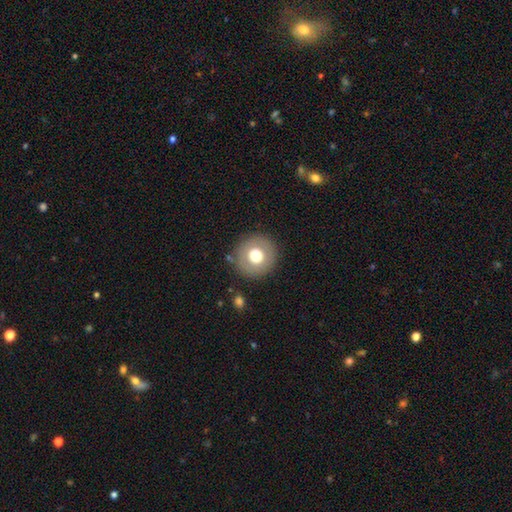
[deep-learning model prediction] smooth 66%, featured or disk 25%, star or artifact 9%. Down the decision tree: how rounded — round (95%); merging — none (88%).